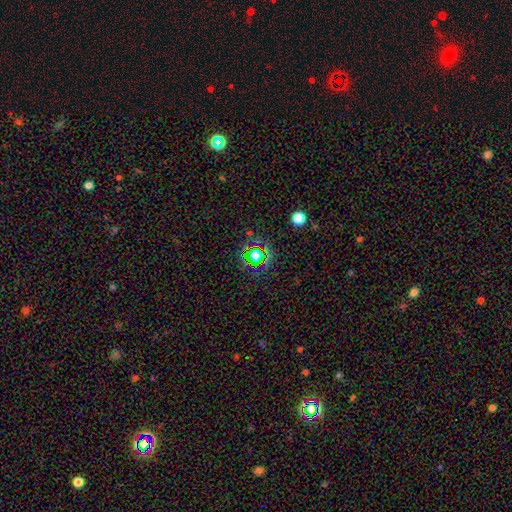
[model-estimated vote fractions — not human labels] smooth-or-featured: star or artifact: 69% | smooth: 21% | featured or disk: 10%